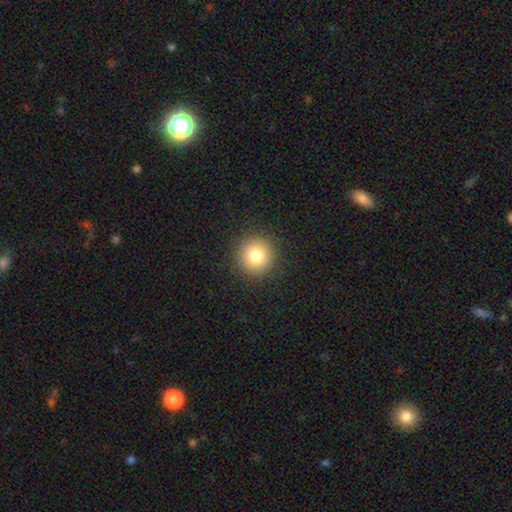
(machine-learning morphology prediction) smooth-or-featured: smooth: 81% | star or artifact: 11% | featured or disk: 8%
  how-rounded: round: 95% | in between: 4% | cigar-shaped: 1%
  merging: none: 91% | minor disturbance: 5% | major disturbance: 2% | merger: 1%